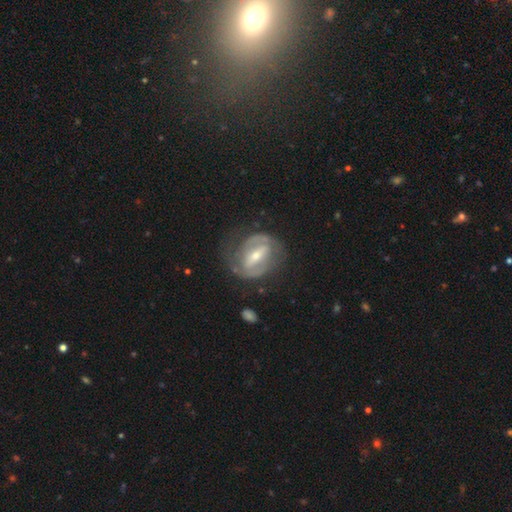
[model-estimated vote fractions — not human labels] A featured or disk galaxy (80%) with a strong bar (61%), 2 (72%) tight (45%) spiral arms (74%) and a moderate central bulge (49%).

Vote fractions:
- Smooth or featured? featured or disk: 80% / smooth: 15% / star or artifact: 5%
- Edge-on disk? no: 94% / yes: 6%
- Bar? strong: 61% / weak: 28% / no: 10%
- Spiral arms? yes: 74% / no: 26%
- Spiral winding? tight: 45% / medium: 39% / loose: 15%
- Spiral arm count? 2: 72% / can't tell: 17% / 1: 5% / 3: 3% / 4: 1% / more than 4: 1%
- Bulge size? moderate: 49% / small: 45% / large: 4% / none: 2% / dominant: 1%
- Merging? none: 65% / minor disturbance: 19% / major disturbance: 14% / merger: 2%